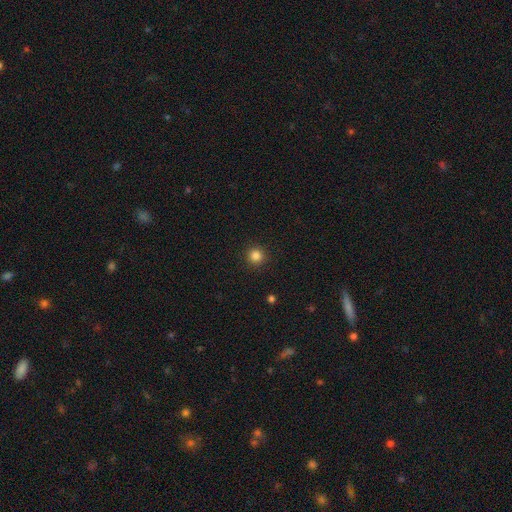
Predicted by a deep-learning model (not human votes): smooth 84%, star or artifact 12%, featured or disk 4%. Down the decision tree: how rounded — round (95%); merging — none (92%).